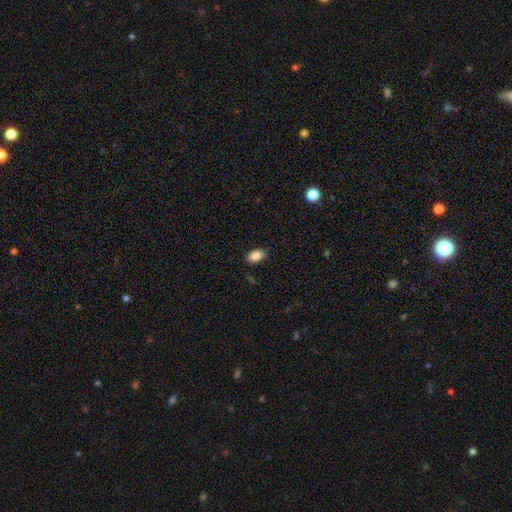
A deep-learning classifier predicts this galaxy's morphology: A smooth galaxy with no disk features (87%) that is in between round and cigar-shaped (90%). Merging: none (87%).